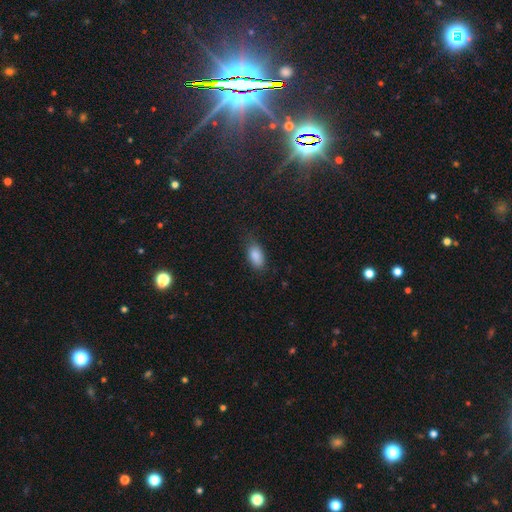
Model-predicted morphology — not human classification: This appears to be a smooth galaxy with no disk features (87%) that is in between round and cigar-shaped (91%). Merging: none (72%).